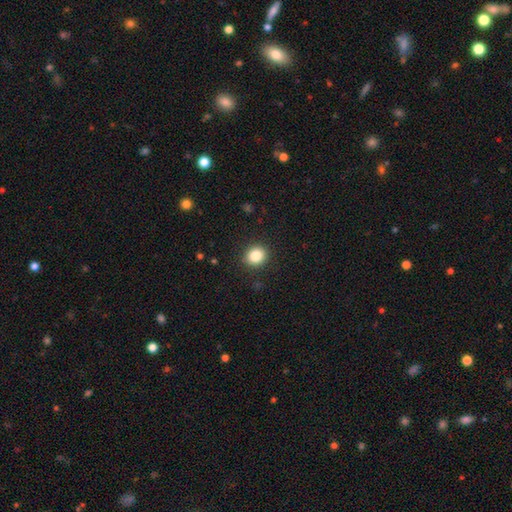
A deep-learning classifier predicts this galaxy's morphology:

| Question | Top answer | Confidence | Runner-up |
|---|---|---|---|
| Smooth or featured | smooth | 85% | star or artifact (10%) |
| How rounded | round | 78% | in between (21%) |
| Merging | none | 90% | minor disturbance (7%) |